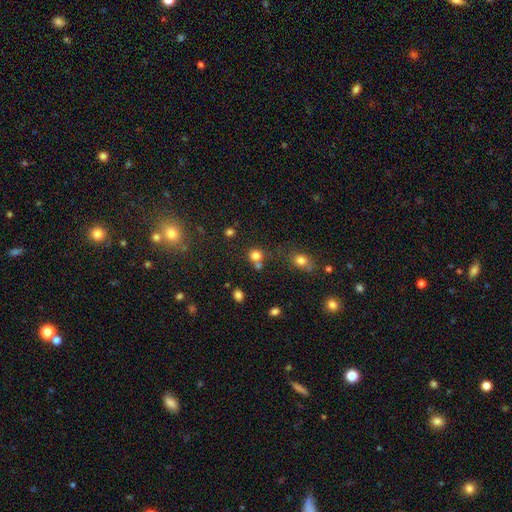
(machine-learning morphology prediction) smooth 76%, star or artifact 17%, featured or disk 7%. Down the decision tree: how rounded — round (87%); merging — none (62%).